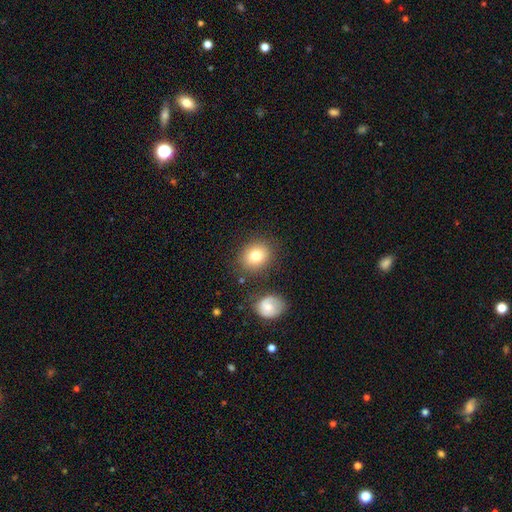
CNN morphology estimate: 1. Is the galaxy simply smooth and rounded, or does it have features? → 80% smooth, 10% featured or disk, 10% star or artifact.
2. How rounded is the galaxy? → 70% round, 29% in between, 1% cigar-shaped.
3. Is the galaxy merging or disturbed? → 80% none, 11% minor disturbance, 6% merger, 3% major disturbance.